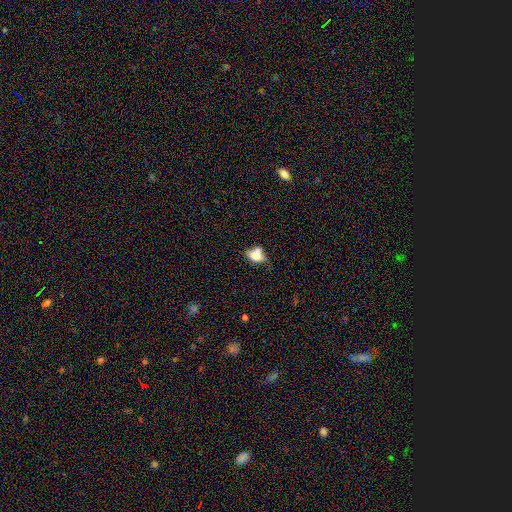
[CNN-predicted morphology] Overall: smooth (68%). How rounded: in between (69%). Merging: none (39%; minor disturbance 27%).